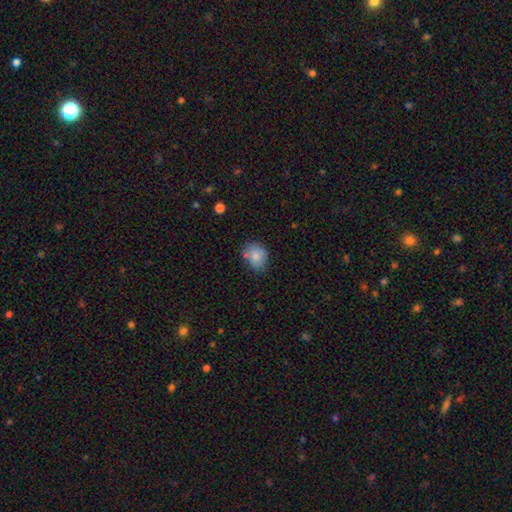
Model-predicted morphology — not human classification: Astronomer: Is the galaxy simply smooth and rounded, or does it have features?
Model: smooth — 82%.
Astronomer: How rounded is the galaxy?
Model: round — 50% (runner-up: in between, 49%).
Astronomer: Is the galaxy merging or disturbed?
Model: none — 63%.